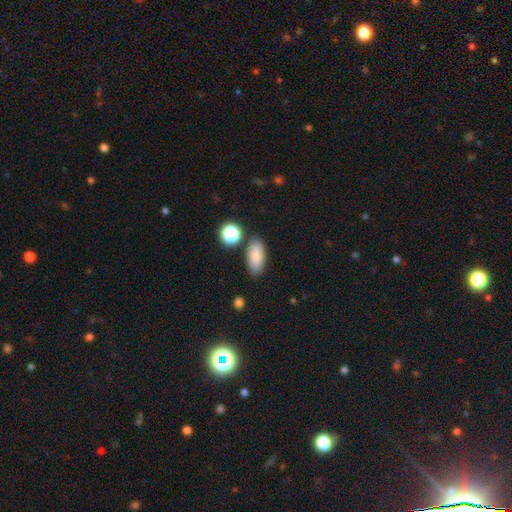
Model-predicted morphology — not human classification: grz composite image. It shows a smooth galaxy with no disk features (83%) that is in between round and cigar-shaped (88%). Merging: none (79%).